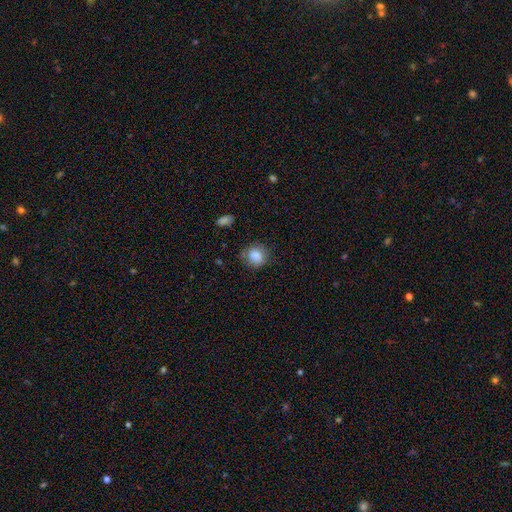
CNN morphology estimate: Smooth or featured? Predicted: smooth (p=0.85). How rounded? Predicted: round (p=0.80). Merging? Predicted: none (p=0.74).